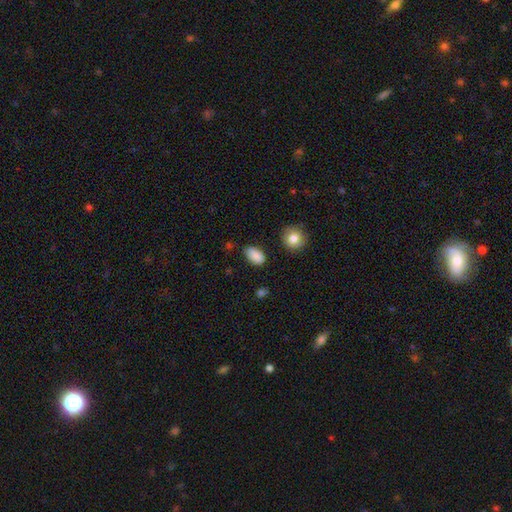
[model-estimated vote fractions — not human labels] smooth 87%, star or artifact 8%, featured or disk 4%. Down the decision tree: how rounded — in between (90%); merging — none (75%).